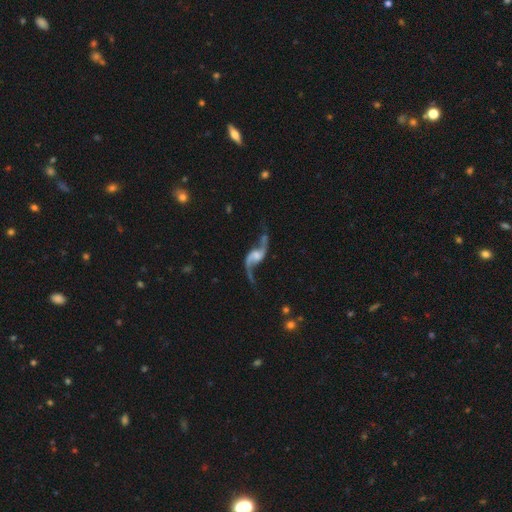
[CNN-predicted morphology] Smooth or featured? Predicted: featured or disk (p=0.91). Edge-on disk? Predicted: no (p=0.96). Bar? Predicted: no (p=0.47). Spiral arms? Predicted: yes (p=0.97). Spiral winding? Predicted: loose (p=0.91). Spiral arm count? Predicted: 2 (p=0.94). Bulge size? Predicted: small (p=0.31). Merging? Predicted: none (p=0.69).